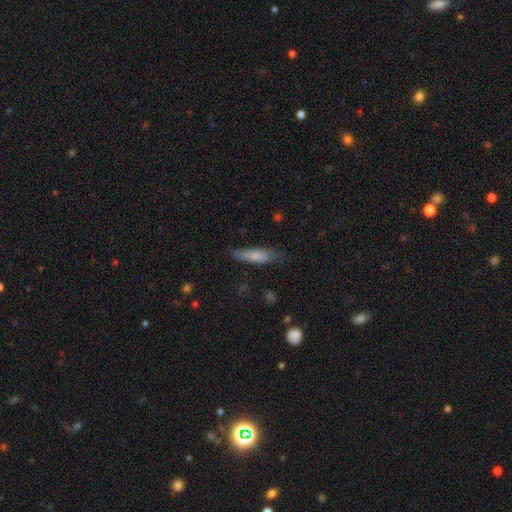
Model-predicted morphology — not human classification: Q: Smooth or featured?
A: smooth (71%); runner-up: featured or disk (23%)
Q: How rounded?
A: cigar-shaped (70%); runner-up: in between (29%)
Q: Merging?
A: none (71%); runner-up: minor disturbance (23%)